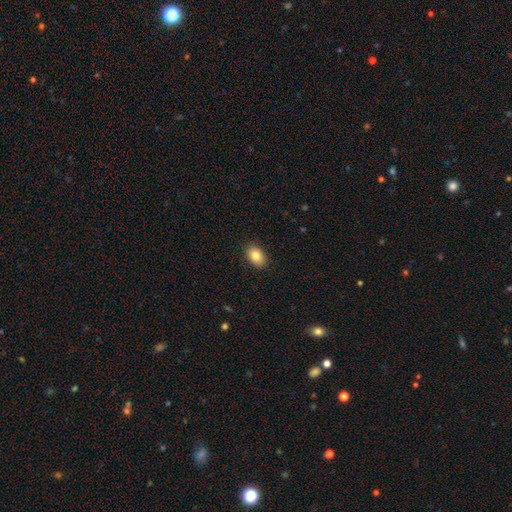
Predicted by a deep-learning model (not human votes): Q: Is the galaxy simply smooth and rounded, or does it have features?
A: smooth — 85%.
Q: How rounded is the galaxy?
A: in between — 82%.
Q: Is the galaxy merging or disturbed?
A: none — 89%.